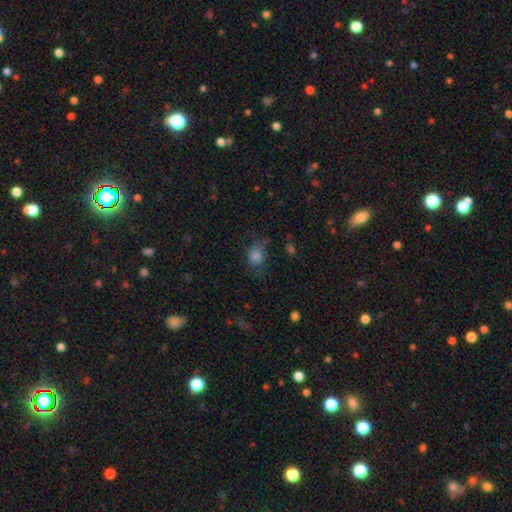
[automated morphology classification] The model was most divided on "how rounded": round: 52%, in between: 46%, cigar-shaped: 2%. More confident: smooth or featured — smooth (74%); merging — none (57%).